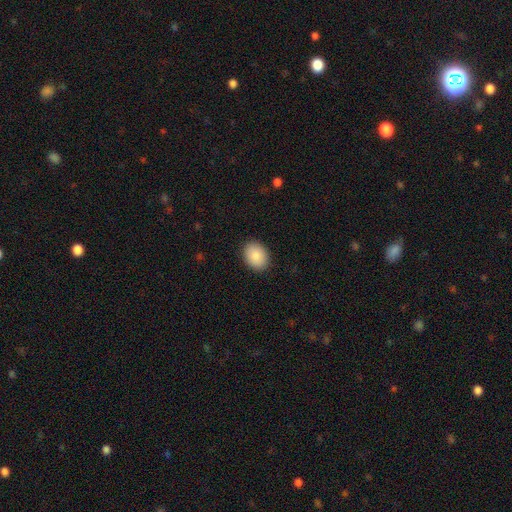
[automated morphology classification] Overall: smooth (87%). How rounded: in between (62%; round 37%). Merging: none (90%).